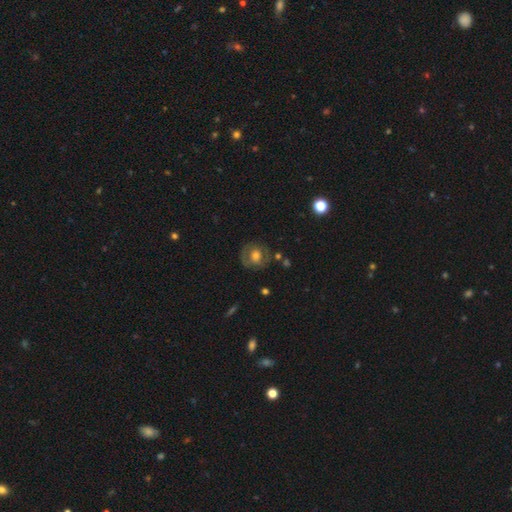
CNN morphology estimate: smooth-or-featured: smooth: 48% | featured or disk: 44% | star or artifact: 8%
  merging: none: 73% | minor disturbance: 17% | major disturbance: 7% | merger: 3%